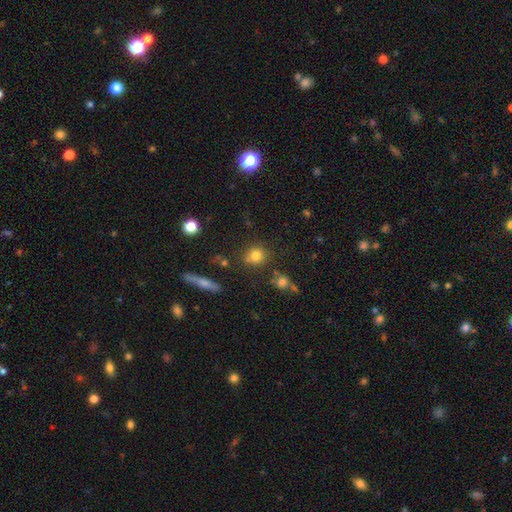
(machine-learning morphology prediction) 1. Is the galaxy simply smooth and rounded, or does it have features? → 79% smooth, 13% star or artifact, 8% featured or disk.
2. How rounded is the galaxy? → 85% round, 13% in between, 2% cigar-shaped.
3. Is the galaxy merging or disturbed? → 79% none, 11% minor disturbance, 7% merger, 3% major disturbance.